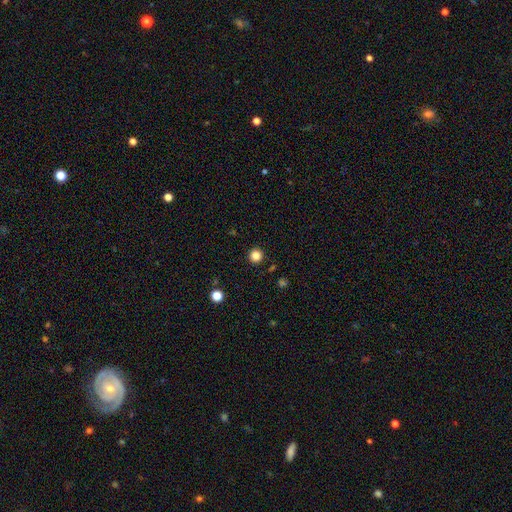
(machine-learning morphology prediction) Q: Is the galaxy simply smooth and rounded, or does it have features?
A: smooth — 84%.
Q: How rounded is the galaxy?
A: round — 96%.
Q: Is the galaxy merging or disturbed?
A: none — 93%.